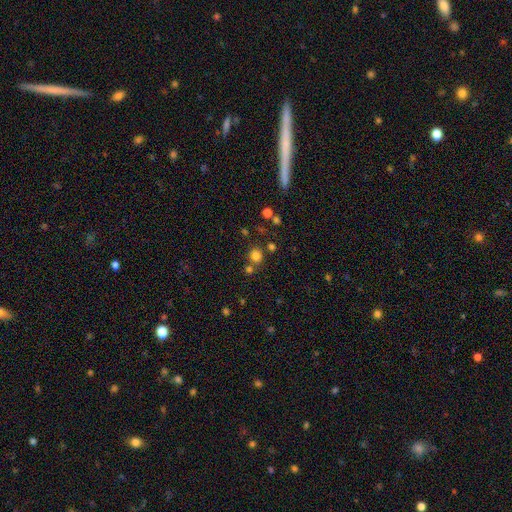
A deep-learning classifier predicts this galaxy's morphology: type=smooth (76%); roundness=round (84%); merging=none (71%).